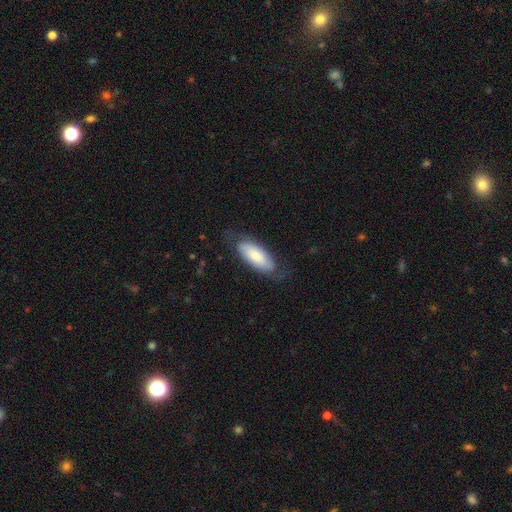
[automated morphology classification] This appears to be a smooth galaxy with no disk features (65%) that is in between round and cigar-shaped (81%). Merging: none (67%).